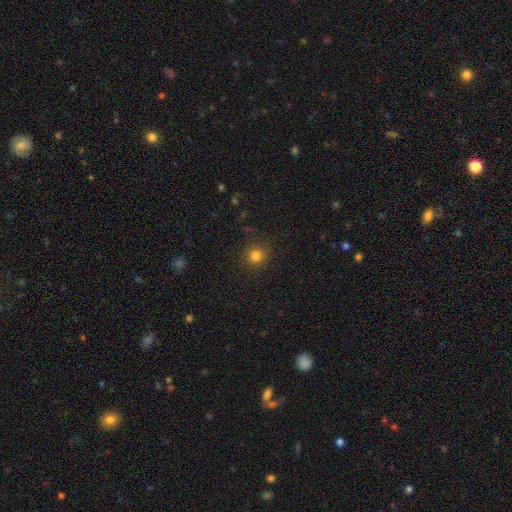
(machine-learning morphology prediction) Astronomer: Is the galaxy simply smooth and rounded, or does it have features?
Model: smooth — 82%.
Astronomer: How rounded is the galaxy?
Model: round — 91%.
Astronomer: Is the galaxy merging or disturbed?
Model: none — 87%.